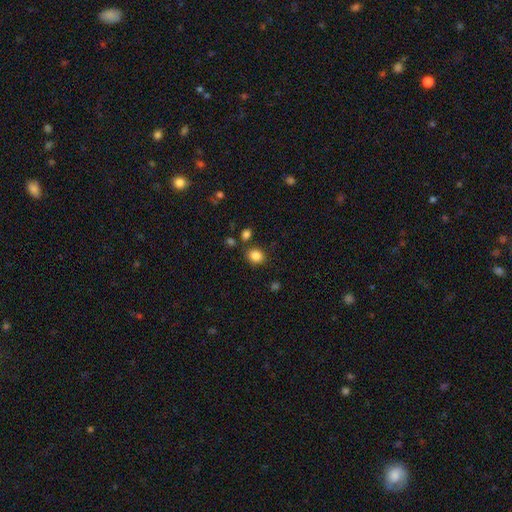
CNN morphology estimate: smooth_or_featured: smooth (p=0.84) [alt: star or artifact p=0.11]
how_rounded: round (p=0.65) [alt: in between p=0.34]
merging: none (p=0.80) [alt: minor disturbance p=0.10]